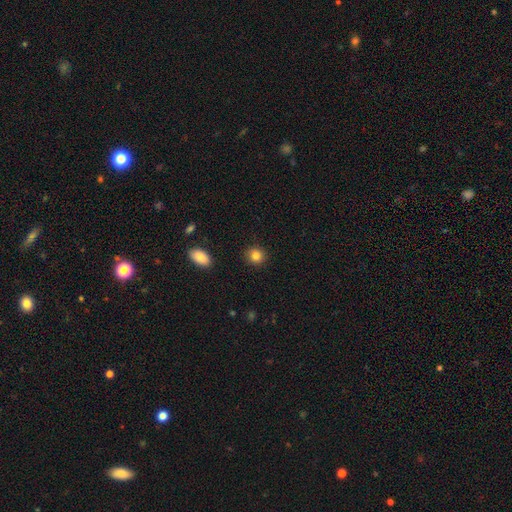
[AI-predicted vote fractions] A smooth galaxy with no disk features (85%) that is round (86%). Merging: none (91%).